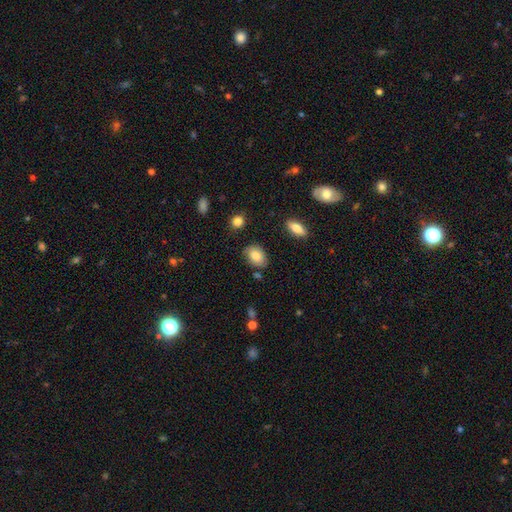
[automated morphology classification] smooth_or_featured: smooth (p=0.78) [alt: featured or disk p=0.15]
how_rounded: in between (p=0.81) [alt: round p=0.17]
merging: none (p=0.75) [alt: minor disturbance p=0.19]